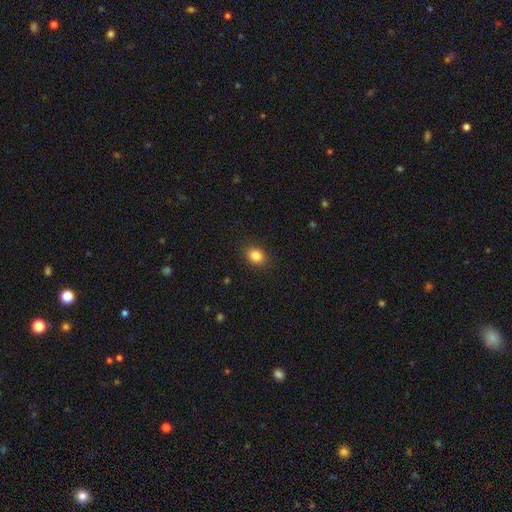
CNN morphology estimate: Smooth or featured? Predicted: smooth (p=0.85). How rounded? Predicted: round (p=0.52). Merging? Predicted: none (p=0.88).